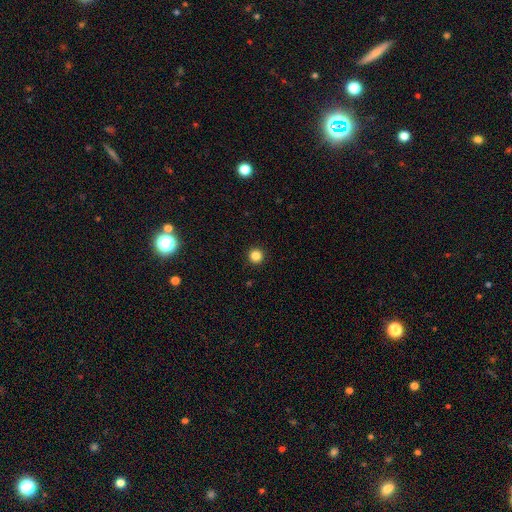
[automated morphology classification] This is clearly a smooth galaxy (85%). How rounded: clearly round (96%). Merging: clearly none (93%).